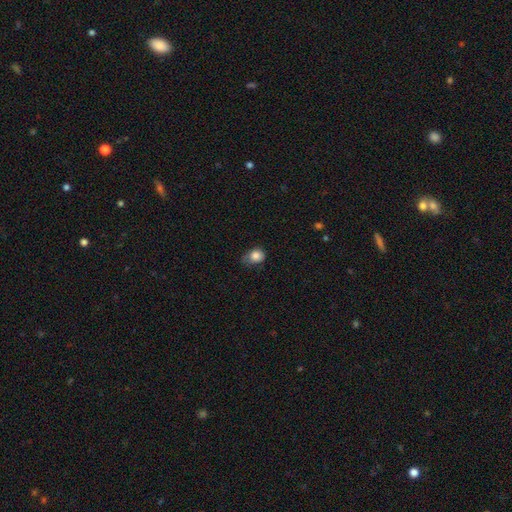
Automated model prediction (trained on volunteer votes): Morphology: type=smooth (83%); roundness=round (58%); merging=none (43%).